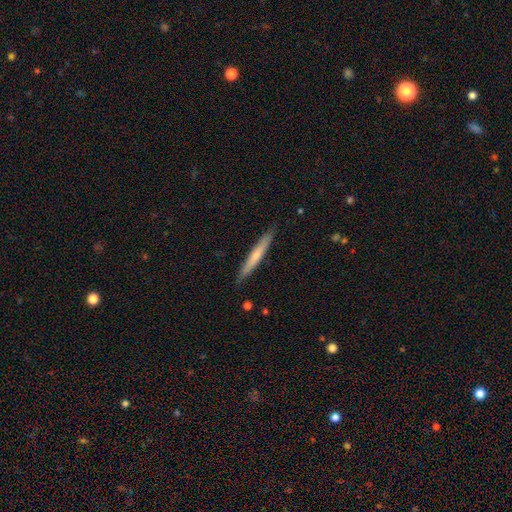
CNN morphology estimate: type=smooth (58%); roundness=cigar-shaped (96%); merging=none (88%).